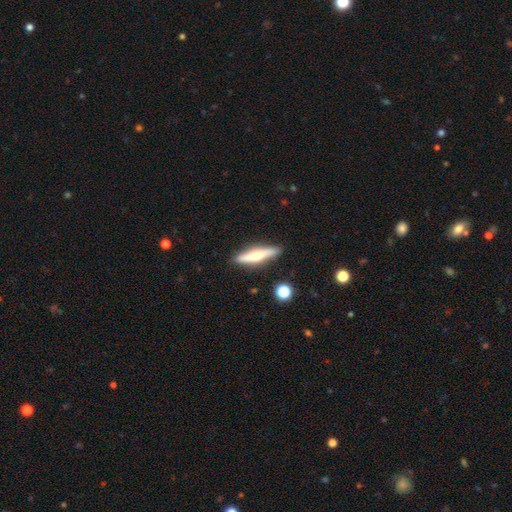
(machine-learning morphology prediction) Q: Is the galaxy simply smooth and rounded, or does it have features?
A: featured or disk — 60%.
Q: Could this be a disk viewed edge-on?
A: yes — 95%.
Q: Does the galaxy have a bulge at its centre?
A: rounded — 91%.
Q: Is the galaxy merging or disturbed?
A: none — 88%.